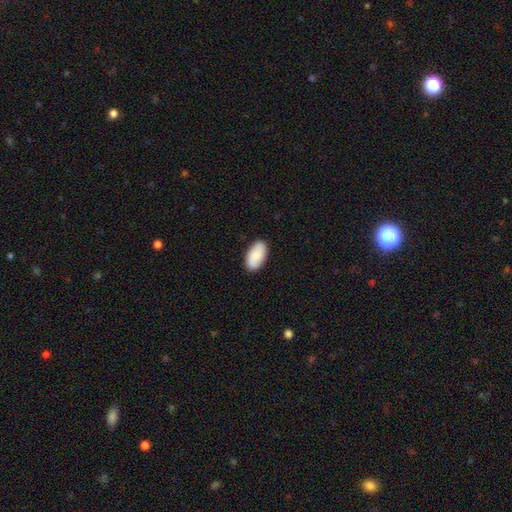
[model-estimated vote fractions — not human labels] smooth 80%, featured or disk 14%, star or artifact 6%. Down the decision tree: how rounded — in between (95%); merging — none (87%).